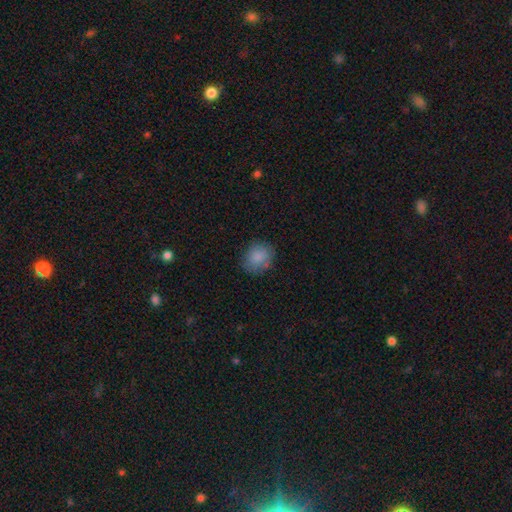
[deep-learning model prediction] smooth 84%, star or artifact 9%, featured or disk 7%. Down the decision tree: how rounded — round (70%); merging — none (81%).